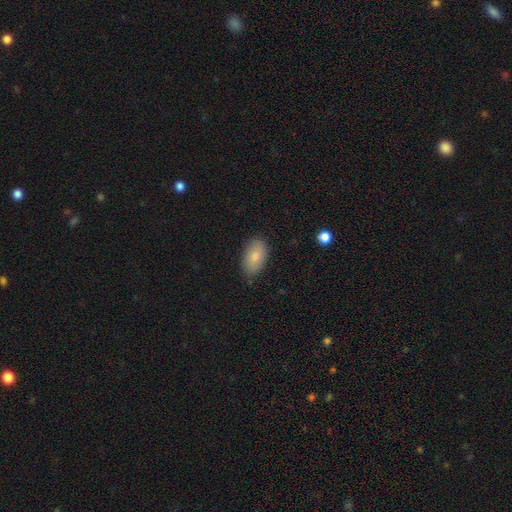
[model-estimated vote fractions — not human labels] smooth 81%, featured or disk 11%, star or artifact 7%. Down the decision tree: how rounded — in between (93%); merging — none (84%).